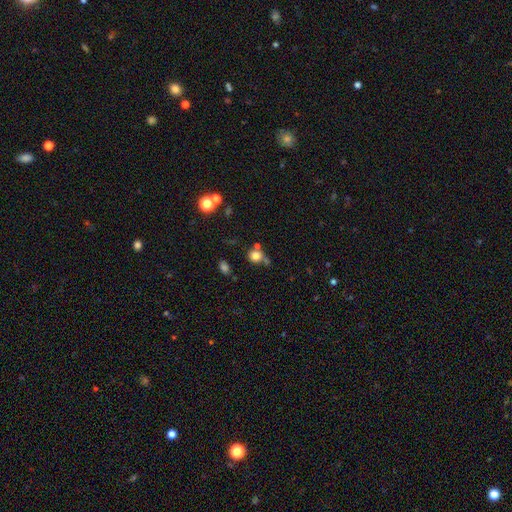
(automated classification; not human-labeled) Smooth or featured: smooth — 77% (star or artifact — 13%)
How rounded: round — 79% (in between — 20%)
Merging: none — 55% (merger — 20%)